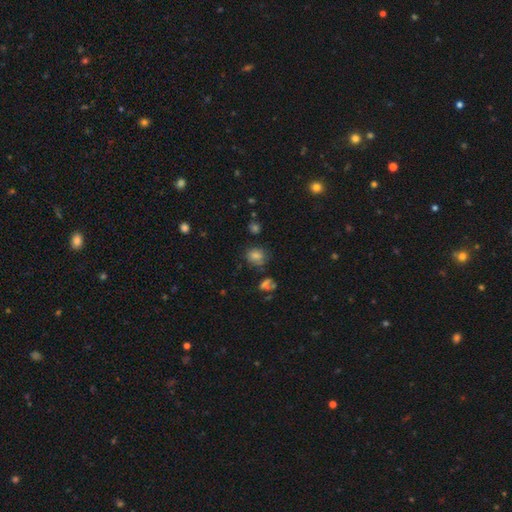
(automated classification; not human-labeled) A smooth galaxy with no disk features (63%) that is round (65%). Merging: none (68%).